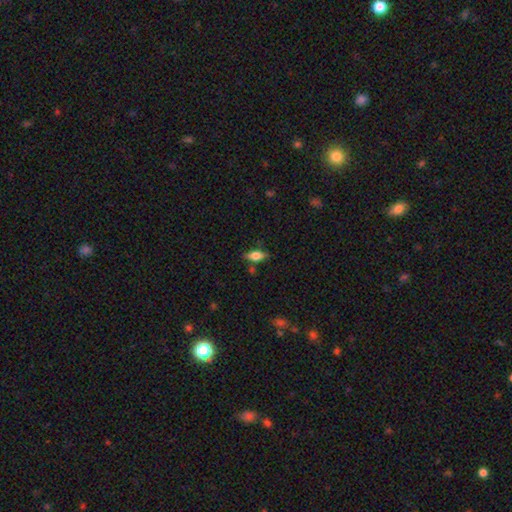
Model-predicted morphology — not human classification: This is likely a smooth galaxy (66%). How rounded: likely in between (77%). Merging: likely none (76%).